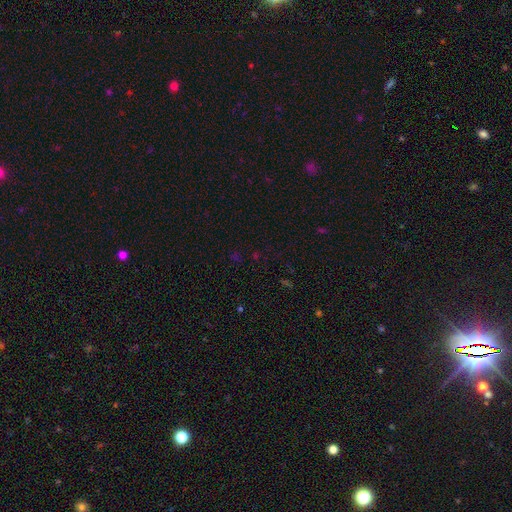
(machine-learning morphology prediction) type=star or artifact (61%).